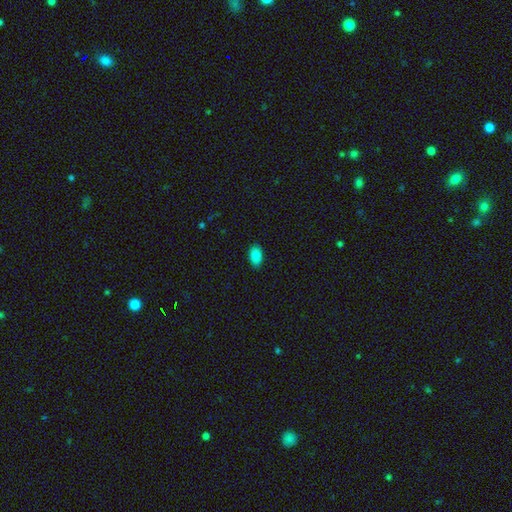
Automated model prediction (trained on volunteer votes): Overall: smooth (87%). How rounded: in between (92%). Merging: none (88%).